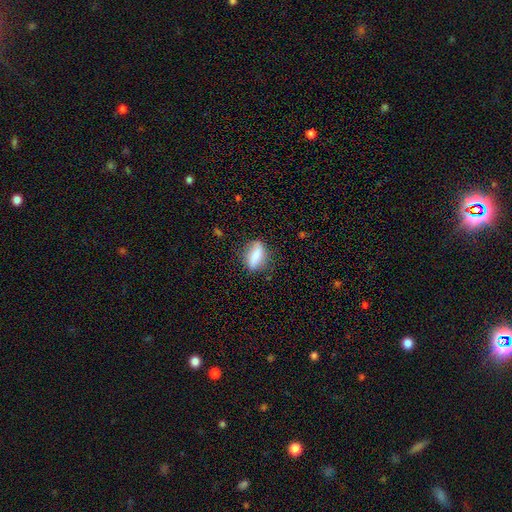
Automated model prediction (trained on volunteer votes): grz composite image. It shows a smooth galaxy with no disk features (62%) that is in between round and cigar-shaped (70%). Merging: none (75%).